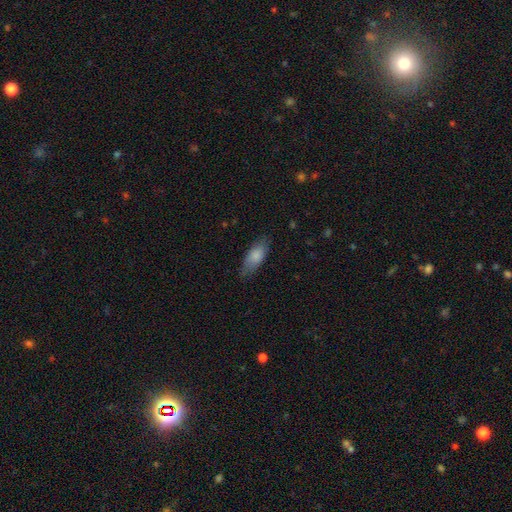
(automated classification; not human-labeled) This appears to be a smooth galaxy with no disk features (82%) that is in between round and cigar-shaped (80%). Merging: none (75%).